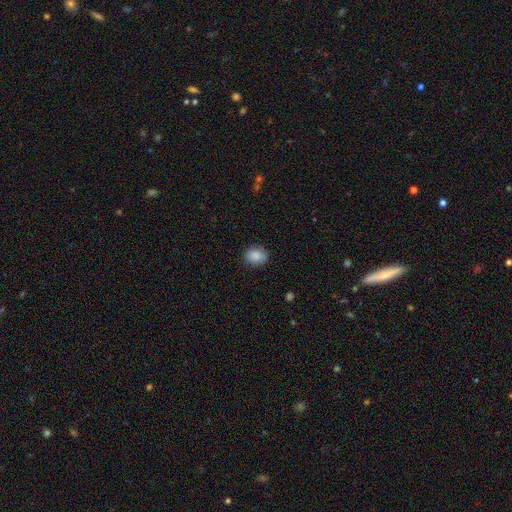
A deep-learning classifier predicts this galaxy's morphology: This is clearly a smooth galaxy (87%). How rounded: possibly round (57%). Merging: clearly none (86%).